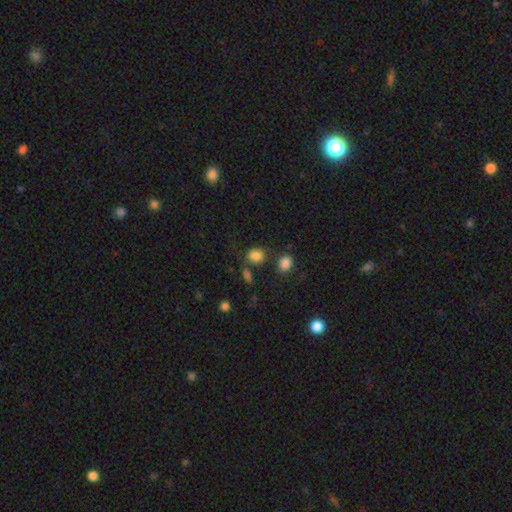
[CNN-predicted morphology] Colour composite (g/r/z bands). It shows a smooth galaxy with no disk features (82%) that is in between round and cigar-shaped (58%). Merging: none (64%).